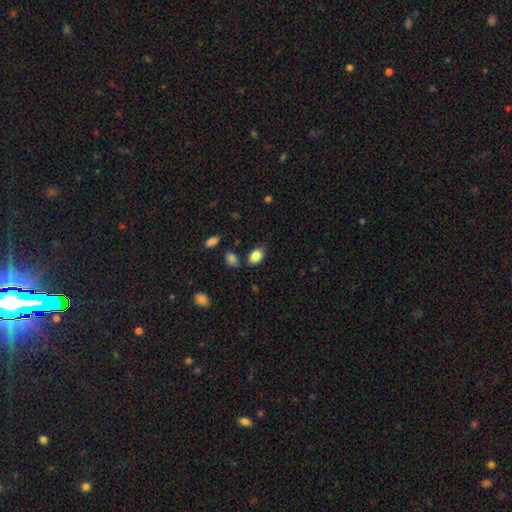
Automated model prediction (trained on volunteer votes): Smooth or featured? Predicted: smooth (p=0.86). How rounded? Predicted: in between (p=0.84). Merging? Predicted: none (p=0.75).